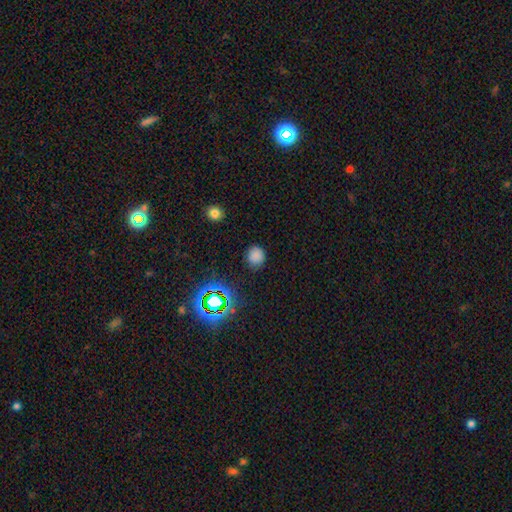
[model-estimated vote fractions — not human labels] A smooth galaxy with no disk features (78%) that is round (82%). Merging: none (84%).